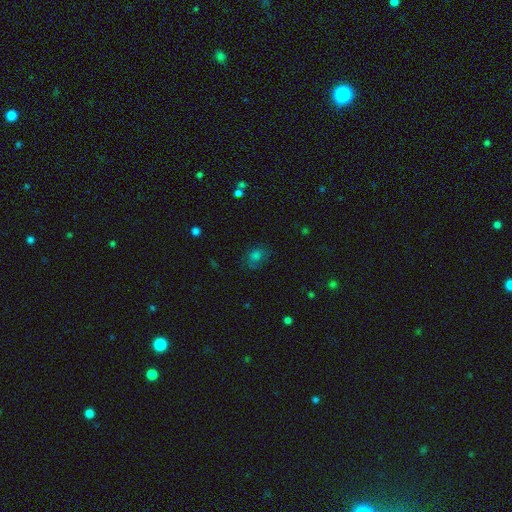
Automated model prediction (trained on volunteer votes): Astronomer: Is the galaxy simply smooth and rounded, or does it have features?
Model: smooth — 57%.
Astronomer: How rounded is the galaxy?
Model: in between — 53% (runner-up: round, 45%).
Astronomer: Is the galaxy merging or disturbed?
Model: none — 66%.